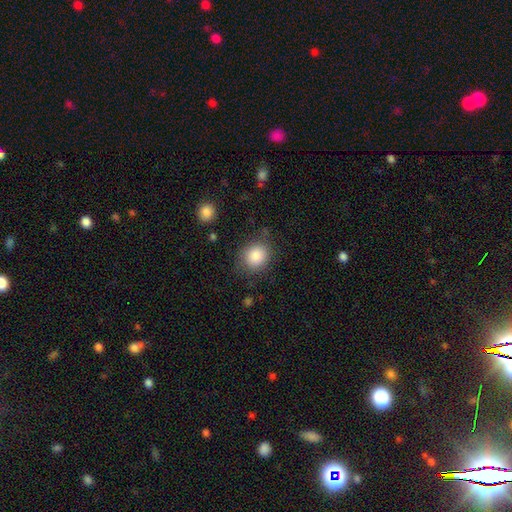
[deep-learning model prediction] A smooth galaxy with no disk features (86%) that is round (75%).

Vote fractions:
- Smooth or featured? smooth: 86% / star or artifact: 9% / featured or disk: 6%
- How rounded? round: 75% / in between: 24% / cigar-shaped: 1%
- Merging? none: 78% / minor disturbance: 15% / major disturbance: 5% / merger: 2%